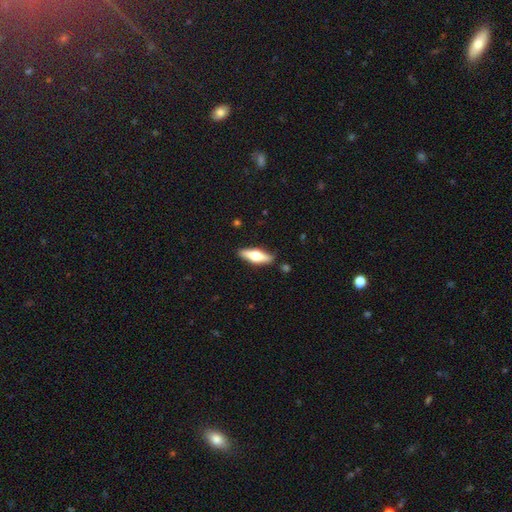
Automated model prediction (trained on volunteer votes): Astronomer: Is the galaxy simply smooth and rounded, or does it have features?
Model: smooth — 51% (runner-up: featured or disk, 43%).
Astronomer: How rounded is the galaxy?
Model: in between — 50% (runner-up: cigar-shaped, 48%).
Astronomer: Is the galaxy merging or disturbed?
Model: none — 88%.